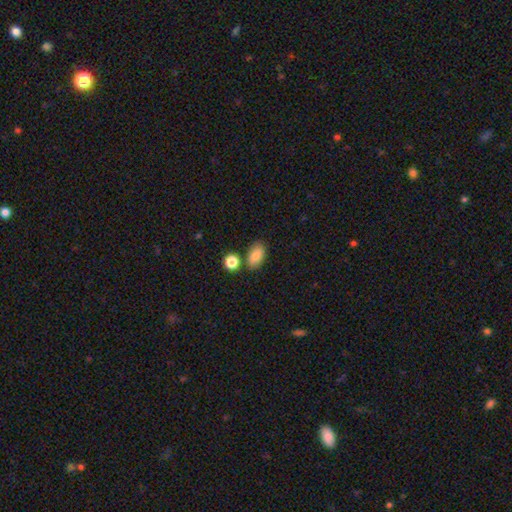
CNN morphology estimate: A smooth galaxy with no disk features (84%) that is in between round and cigar-shaped (90%). Merging: none (76%).